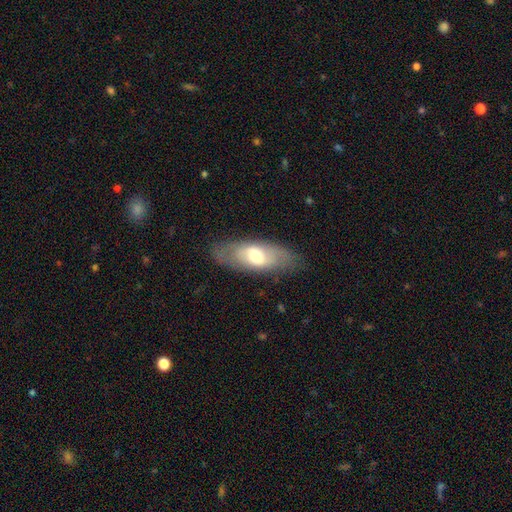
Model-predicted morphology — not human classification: Smooth or featured?
  - smooth: 53% *
  - featured or disk: 40%
  - star or artifact: 6%
How rounded?
  - in between: 79% *
  - cigar-shaped: 17%
  - round: 3%
Merging?
  - none: 81% *
  - minor disturbance: 13%
  - major disturbance: 5%
  - merger: 1%